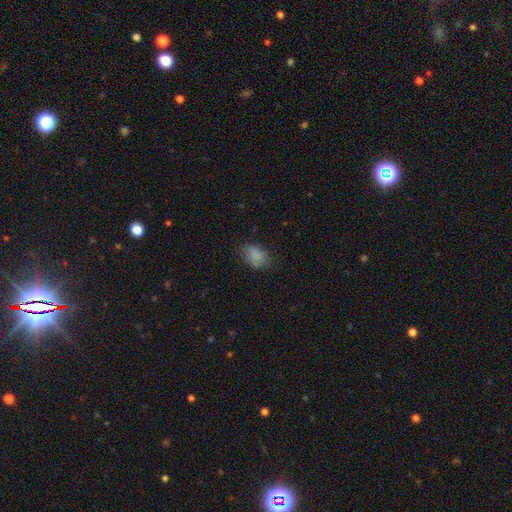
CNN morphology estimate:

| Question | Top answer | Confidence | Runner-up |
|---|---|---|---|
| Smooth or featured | smooth | 83% | star or artifact (10%) |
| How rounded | in between | 78% | round (20%) |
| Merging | none | 66% | minor disturbance (24%) |